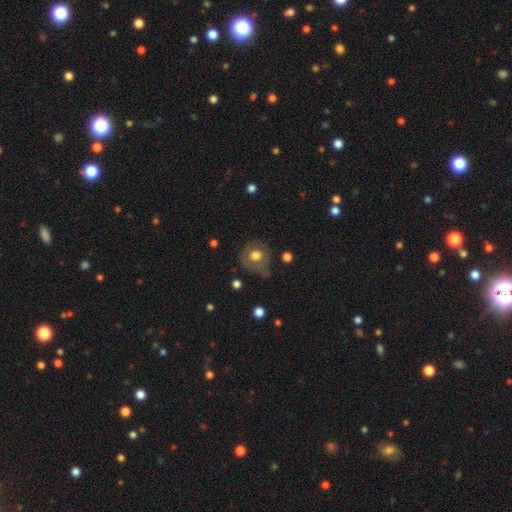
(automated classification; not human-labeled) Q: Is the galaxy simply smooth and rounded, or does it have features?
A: smooth — 59%.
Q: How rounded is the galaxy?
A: round — 83%.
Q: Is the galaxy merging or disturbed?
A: none — 62%.